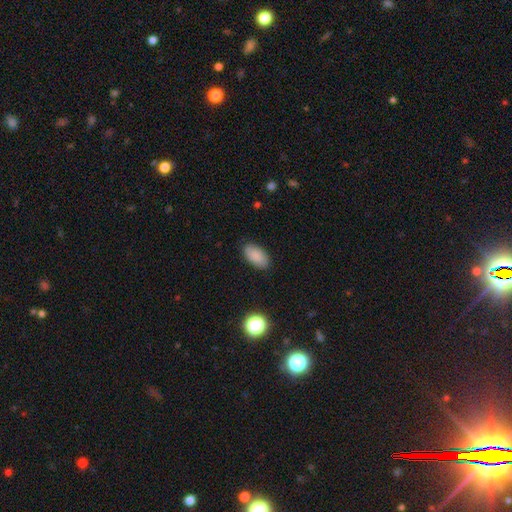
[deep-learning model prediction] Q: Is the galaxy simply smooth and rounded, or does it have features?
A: smooth — 85%.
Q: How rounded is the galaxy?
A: in between — 94%.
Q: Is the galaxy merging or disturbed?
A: none — 84%.